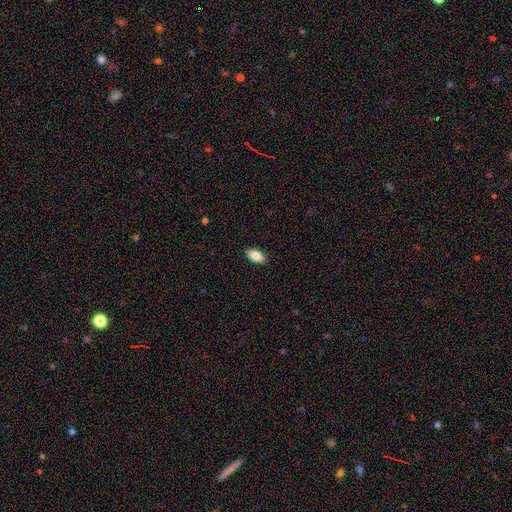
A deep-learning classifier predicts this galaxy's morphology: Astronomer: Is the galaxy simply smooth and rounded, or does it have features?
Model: smooth — 86%.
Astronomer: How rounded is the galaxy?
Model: in between — 93%.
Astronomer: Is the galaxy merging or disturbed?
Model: none — 89%.